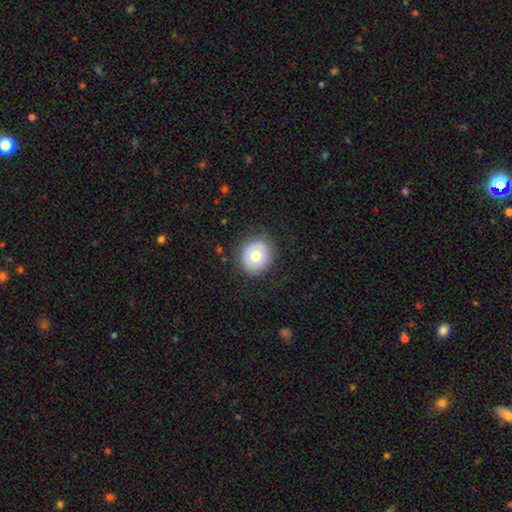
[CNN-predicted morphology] smooth-or-featured: smooth: 73% | featured or disk: 18% | star or artifact: 9%
  how-rounded: round: 80% | in between: 19% | cigar-shaped: 1%
  merging: none: 84% | minor disturbance: 11% | major disturbance: 4% | merger: 1%